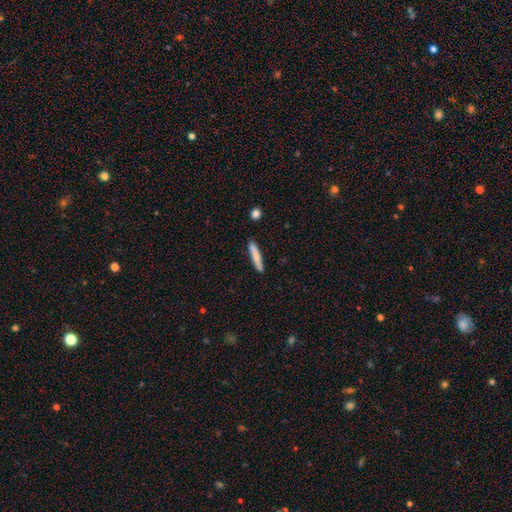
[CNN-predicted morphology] The model was most divided on "smooth or featured": smooth: 78%, featured or disk: 16%, star or artifact: 6%. More confident: how rounded — cigar-shaped (92%); merging — none (87%).